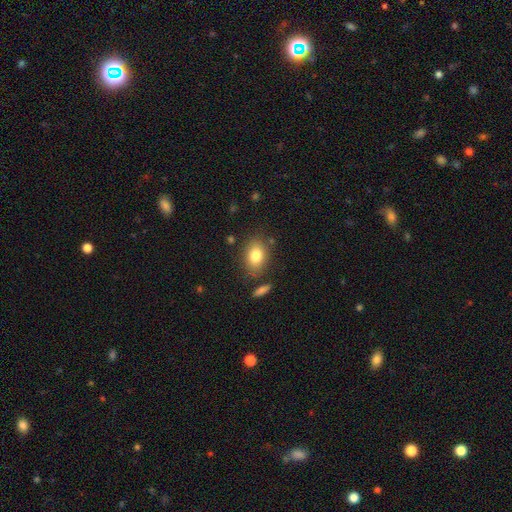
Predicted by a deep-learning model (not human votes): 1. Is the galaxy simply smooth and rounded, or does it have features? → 81% smooth, 11% featured or disk, 8% star or artifact.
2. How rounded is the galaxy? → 77% in between, 21% round, 2% cigar-shaped.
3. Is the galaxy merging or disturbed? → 79% none, 12% minor disturbance, 5% merger, 4% major disturbance.